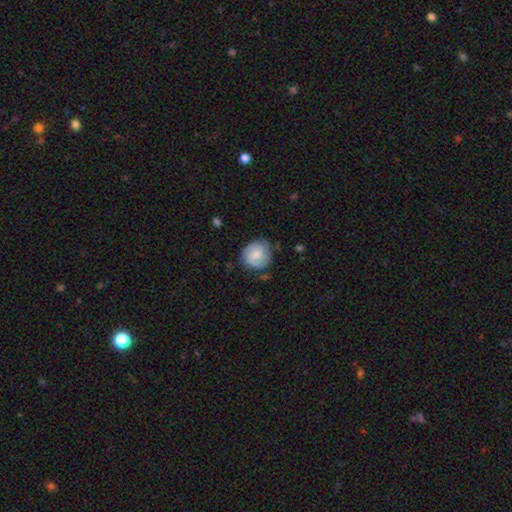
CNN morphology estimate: Overall: featured or disk (63%; smooth 30%). Edge-on disk: no (98%). Bar: weak (49%; no 41%). Spiral arms: yes (93%). Spiral arm count: 2 (79%). Spiral winding: tight (46%; medium 42%). Bulge size: small (40%; moderate 36%). Merging: none (77%).